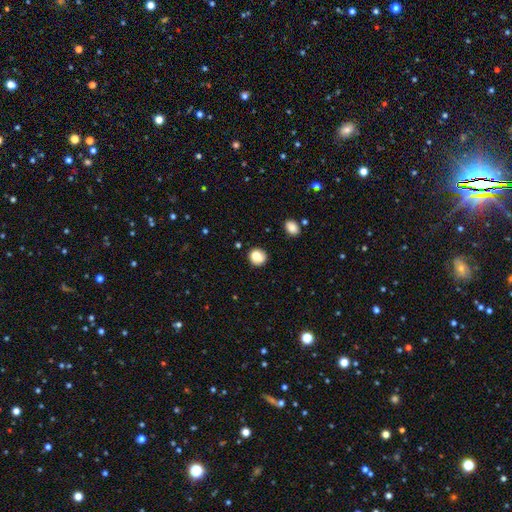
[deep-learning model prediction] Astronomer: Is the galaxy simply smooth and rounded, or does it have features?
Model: smooth — 82%.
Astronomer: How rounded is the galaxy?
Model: round — 82%.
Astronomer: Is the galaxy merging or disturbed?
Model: none — 83%.